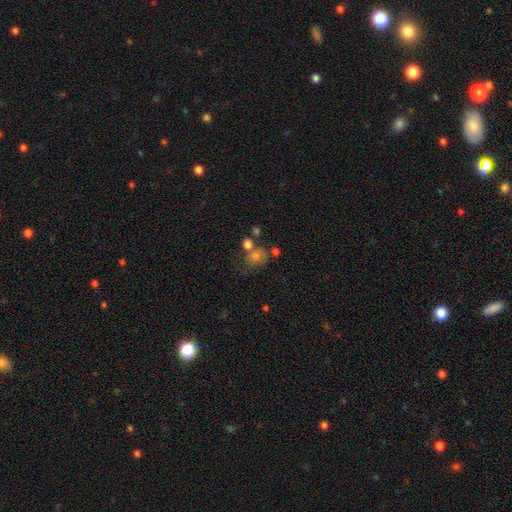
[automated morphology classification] A smooth galaxy with no disk features (61%) that is round (57%).

Vote fractions:
- Smooth or featured? smooth: 61% / star or artifact: 22% / featured or disk: 18%
- How rounded? round: 57% / in between: 42% / cigar-shaped: 1%
- Merging? none: 46% / merger: 22% / minor disturbance: 18% / major disturbance: 14%